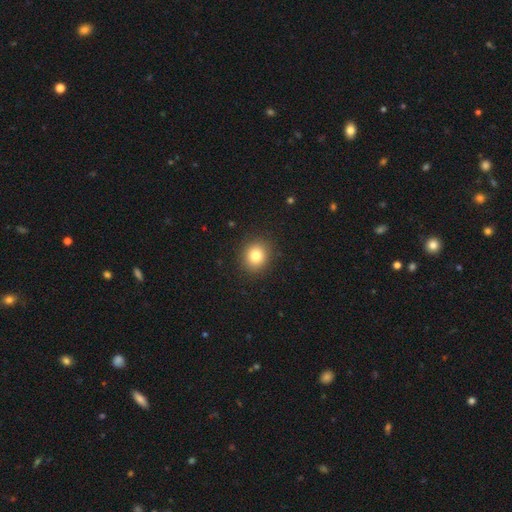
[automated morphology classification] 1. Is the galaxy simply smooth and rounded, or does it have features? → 80% smooth, 11% star or artifact, 8% featured or disk.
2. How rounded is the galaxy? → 81% round, 19% in between, 1% cigar-shaped.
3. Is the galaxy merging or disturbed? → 90% none, 6% minor disturbance, 2% major disturbance, 1% merger.